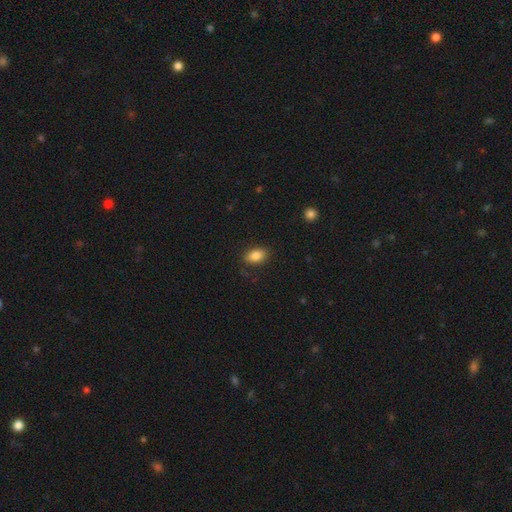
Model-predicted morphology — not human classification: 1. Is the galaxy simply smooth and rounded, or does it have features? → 86% smooth, 8% star or artifact, 6% featured or disk.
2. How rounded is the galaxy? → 88% in between, 10% round, 2% cigar-shaped.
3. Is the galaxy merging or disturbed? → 84% none, 12% minor disturbance, 3% major disturbance, 1% merger.